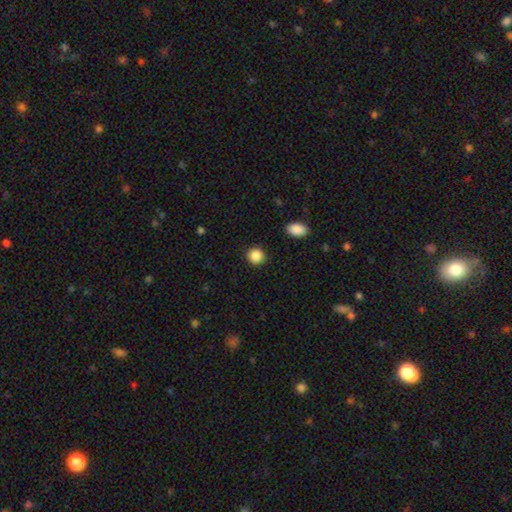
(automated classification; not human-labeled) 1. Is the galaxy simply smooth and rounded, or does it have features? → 88% smooth, 9% star or artifact, 3% featured or disk.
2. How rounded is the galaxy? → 89% round, 10% in between, 1% cigar-shaped.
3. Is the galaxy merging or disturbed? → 90% none, 6% minor disturbance, 2% major disturbance, 2% merger.